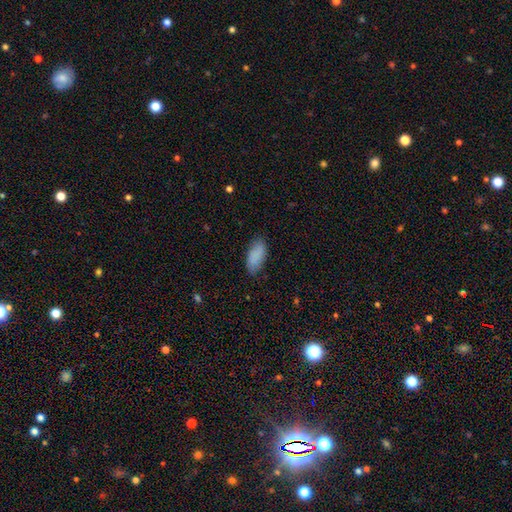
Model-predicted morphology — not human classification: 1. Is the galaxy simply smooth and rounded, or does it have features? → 86% smooth, 7% featured or disk, 7% star or artifact.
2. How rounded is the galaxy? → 88% in between, 10% cigar-shaped, 2% round.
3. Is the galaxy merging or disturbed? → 79% none, 16% minor disturbance, 3% major disturbance, 1% merger.